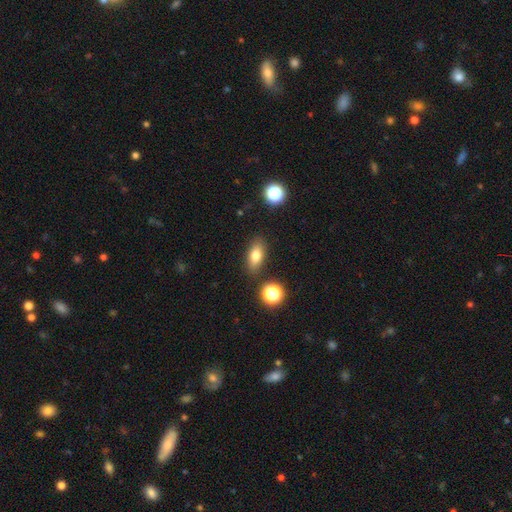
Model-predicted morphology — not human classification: Smooth or featured: smooth — 77% (featured or disk — 12%)
How rounded: in between — 79% (cigar-shaped — 11%)
Merging: none — 85% (minor disturbance — 9%)